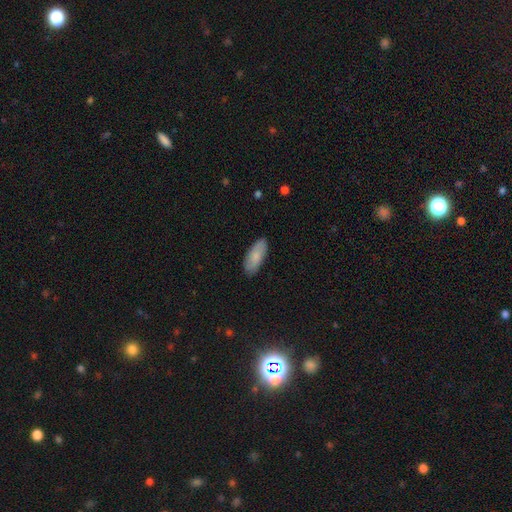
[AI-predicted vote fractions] This appears to be a smooth galaxy with no disk features (80%) that is in between round and cigar-shaped (80%). Merging: none (86%).